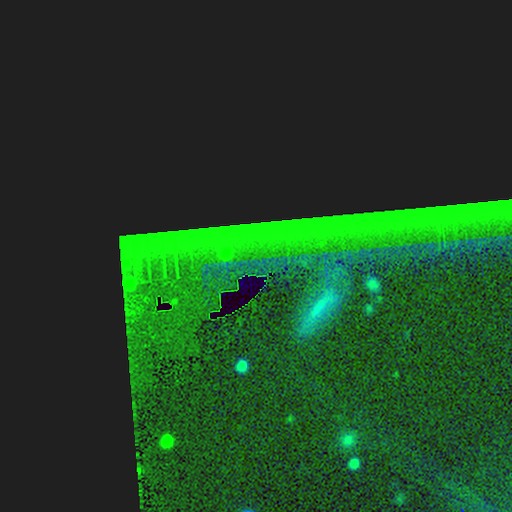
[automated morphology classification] A star or artifact, not a galaxy (83%).

Vote fractions:
- Smooth or featured? star or artifact: 83% / featured or disk: 9% / smooth: 8%